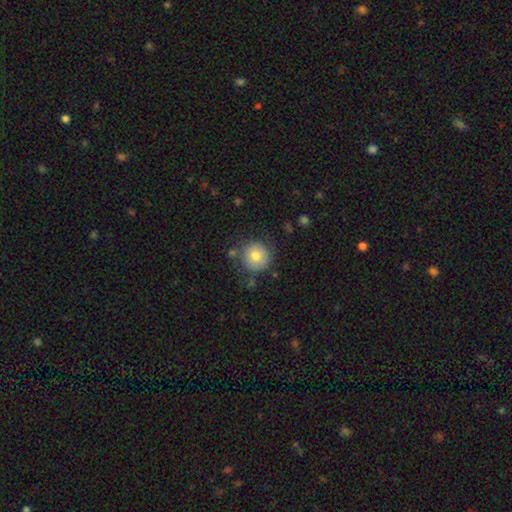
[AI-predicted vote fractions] Smooth or featured: smooth — 76% (featured or disk — 15%)
How rounded: round — 95% (in between — 4%)
Merging: none — 79% (minor disturbance — 13%)